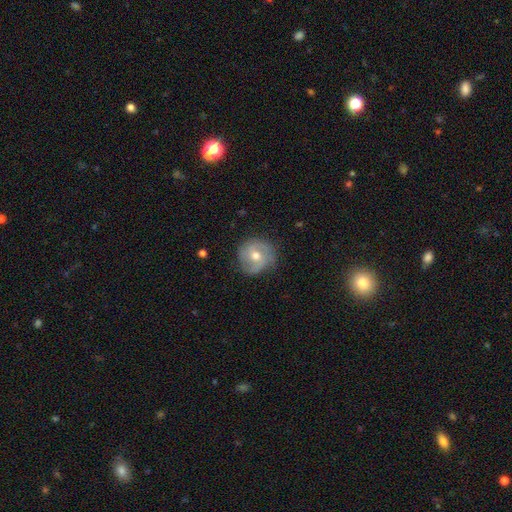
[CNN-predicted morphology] Overall: featured or disk (54%; smooth 39%). Edge-on disk: no (96%). Bar: no (64%; weak 29%). Spiral arms: yes (77%). Bulge size: moderate (73%). Merging: none (73%).